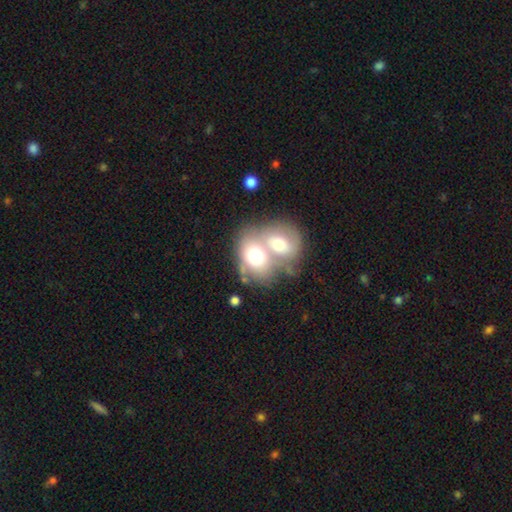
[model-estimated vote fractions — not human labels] Overall: smooth (61%; featured or disk 31%). How rounded: in between (55%; round 43%). Merging: merger (72%).